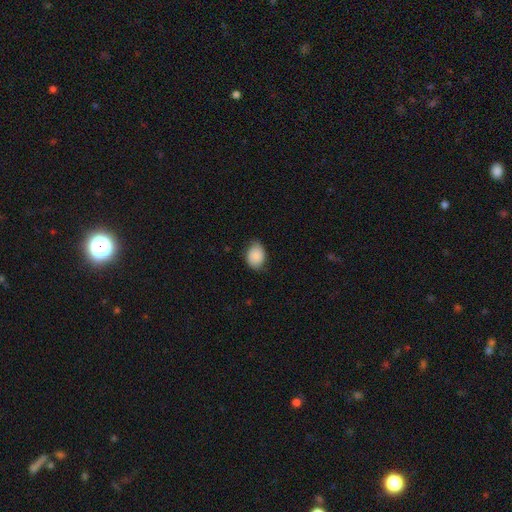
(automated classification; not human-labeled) Smooth or featured? smooth (84%)
How rounded? in between (66%)
Merging? none (69%)